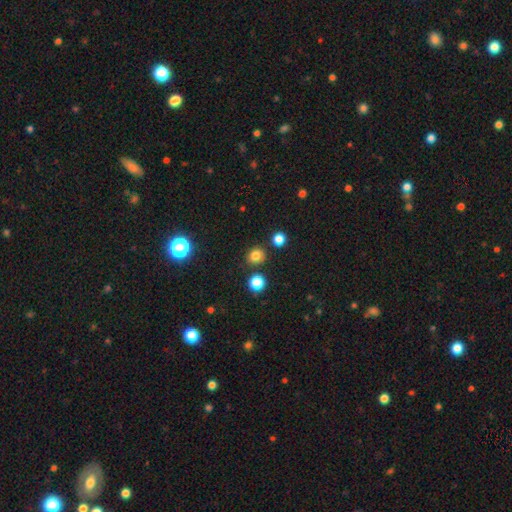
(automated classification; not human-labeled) This is likely a smooth galaxy (79%). How rounded: clearly round (84%). Merging: clearly none (84%).